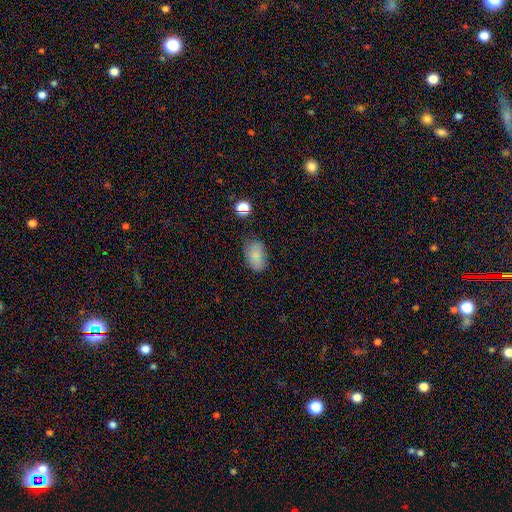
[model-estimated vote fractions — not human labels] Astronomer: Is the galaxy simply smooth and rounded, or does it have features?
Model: smooth — 76%.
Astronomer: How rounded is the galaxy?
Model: in between — 84%.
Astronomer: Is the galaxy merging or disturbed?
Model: none — 76%.